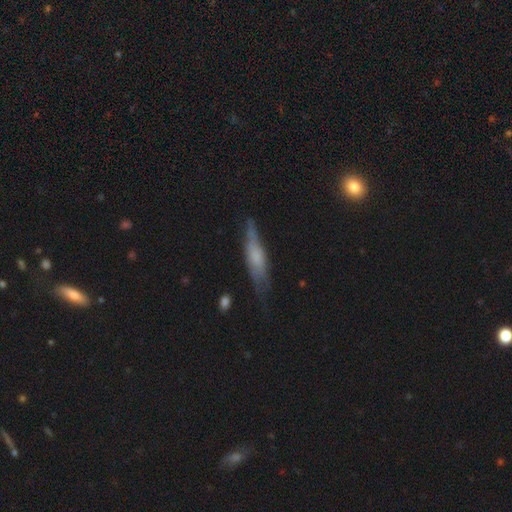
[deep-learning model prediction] smooth 47%, featured or disk 45%, star or artifact 8%. Down the decision tree: merging — none (62%).